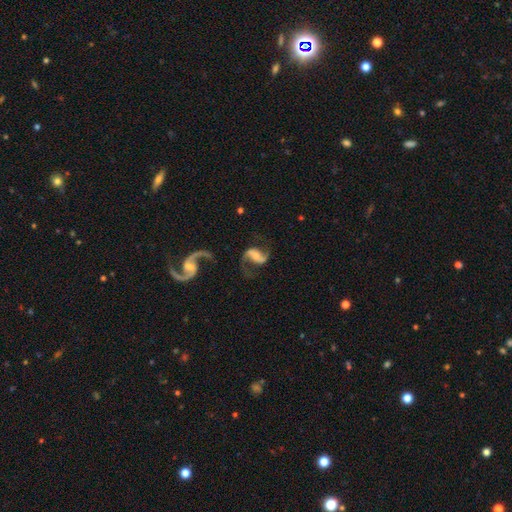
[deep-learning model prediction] Smooth or featured: featured or disk — 86% (smooth — 8%)
Edge-on disk: no — 97% (yes — 3%)
Bar: weak — 41% (no — 32%)
Spiral arms: yes — 95% (no — 5%)
Spiral winding: loose — 63% (medium — 31%)
Spiral arm count: 2 — 89% (1 — 6%)
Bulge size: small — 46% (moderate — 32%)
Merging: none — 59% (major disturbance — 19%)